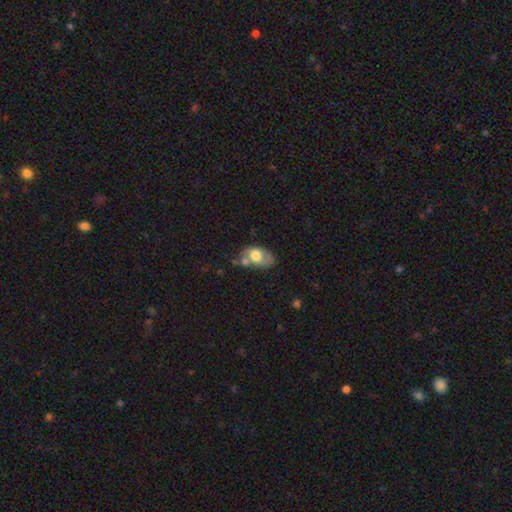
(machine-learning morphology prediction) A smooth galaxy with no disk features (63%) that is in between round and cigar-shaped (87%).

Vote fractions:
- Smooth or featured? smooth: 63% / featured or disk: 30% / star or artifact: 7%
- How rounded? in between: 87% / round: 11% / cigar-shaped: 2%
- Merging? none: 34% / minor disturbance: 28% / merger: 24% / major disturbance: 13%